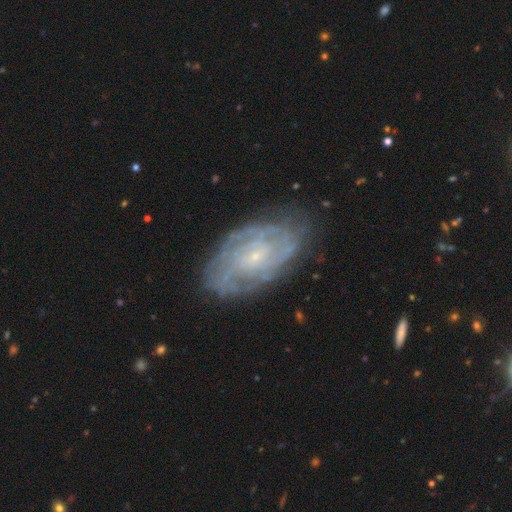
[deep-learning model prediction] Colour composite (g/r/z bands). It shows a featured or disk galaxy (82%) with no bar (66%), tight (70%) spiral arms (93%) and a small central bulge (81%). Merging: none (77%).